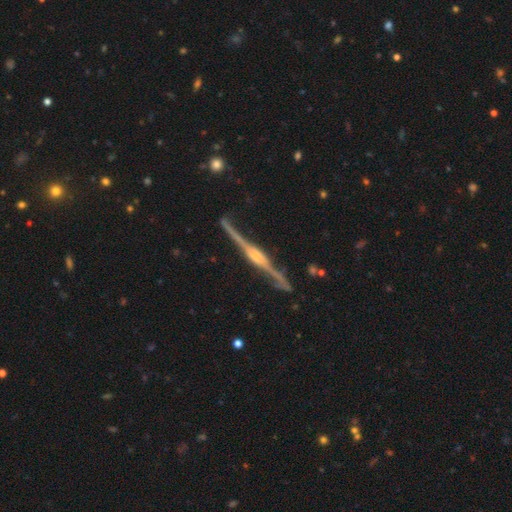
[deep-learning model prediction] A featured or disk galaxy (91%) viewed edge-on (97%) with a rounded central bulge (82%). Merging: none (83%).